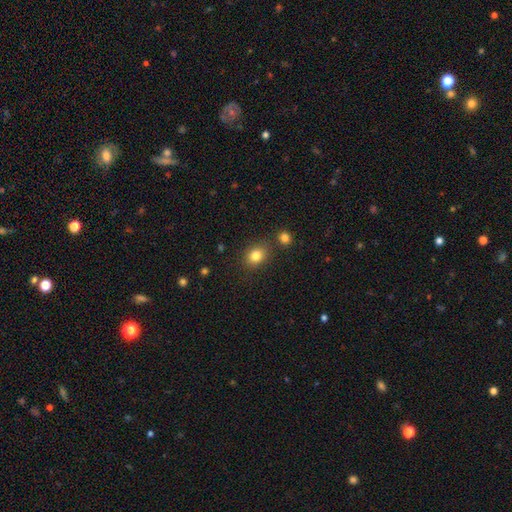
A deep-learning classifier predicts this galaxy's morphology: smooth 82%, star or artifact 11%, featured or disk 7%. Down the decision tree: how rounded — round (55%); merging — none (81%).